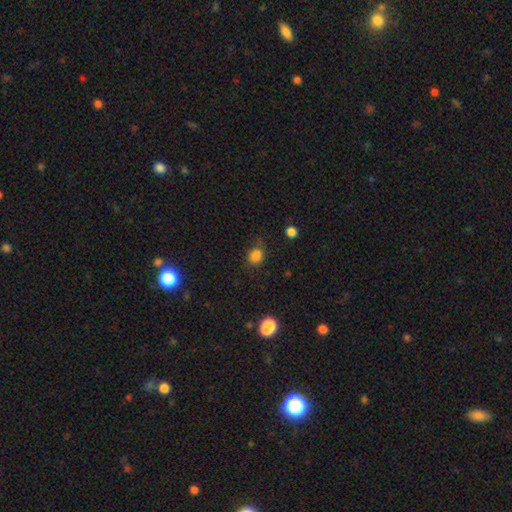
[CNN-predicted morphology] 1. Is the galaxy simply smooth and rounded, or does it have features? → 80% smooth, 15% star or artifact, 5% featured or disk.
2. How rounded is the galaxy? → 64% round, 34% in between, 1% cigar-shaped.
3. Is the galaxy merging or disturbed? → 64% none, 22% minor disturbance, 8% major disturbance, 6% merger.